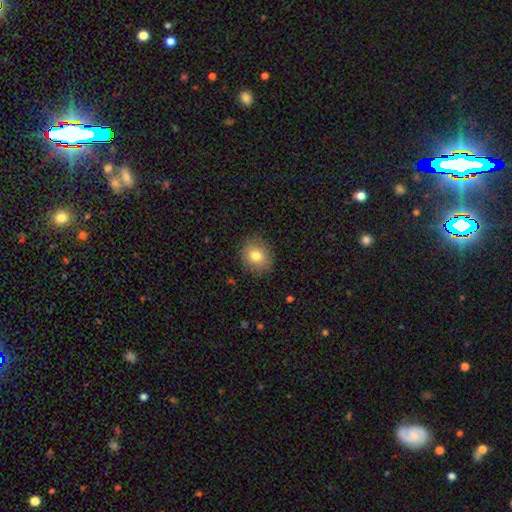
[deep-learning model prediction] smooth_or_featured: smooth (p=0.78) [alt: featured or disk p=0.11]
how_rounded: round (p=0.66) [alt: in between p=0.33]
merging: none (p=0.86) [alt: minor disturbance p=0.10]